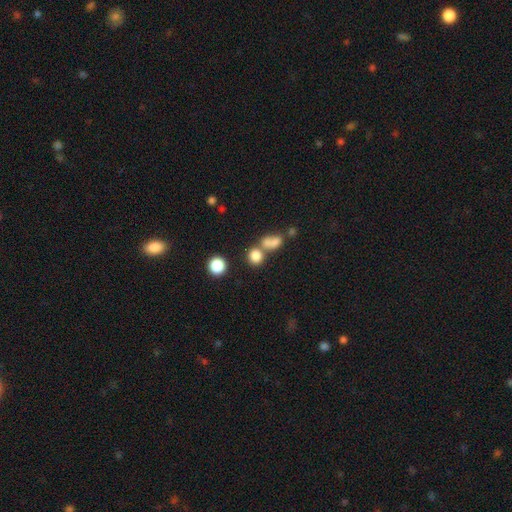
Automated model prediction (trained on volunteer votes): Smooth or featured? Predicted: smooth (p=0.80). How rounded? Predicted: round (p=0.76). Merging? Predicted: none (p=0.46).